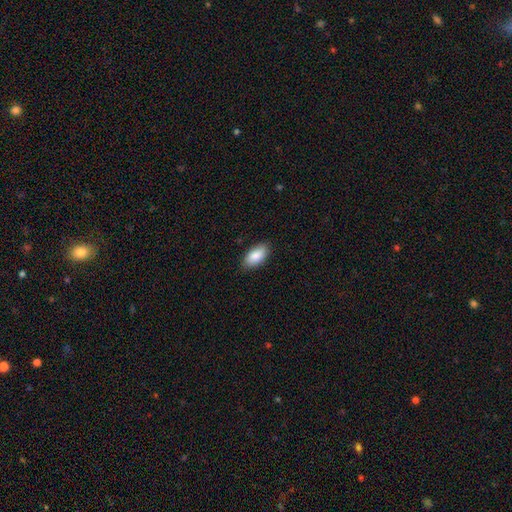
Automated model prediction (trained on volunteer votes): Morphology: type=smooth (88%); roundness=in between (93%); merging=none (87%).